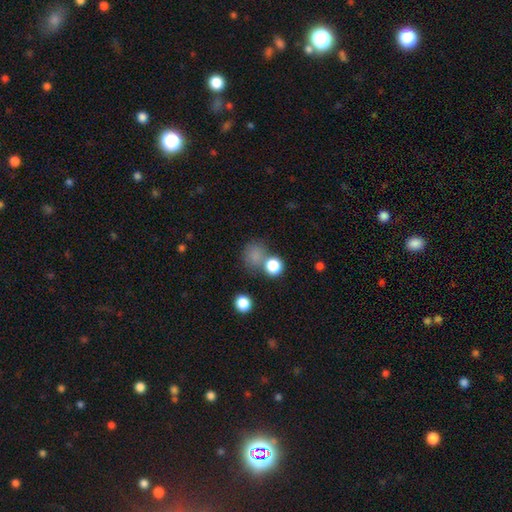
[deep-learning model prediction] A smooth galaxy with no disk features (79%) that is round (78%). Merging: none (56%).